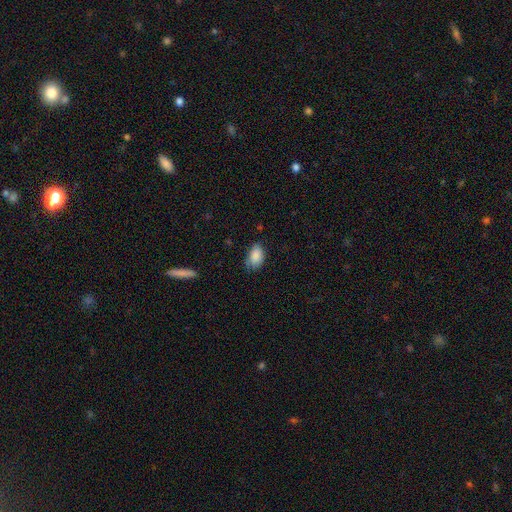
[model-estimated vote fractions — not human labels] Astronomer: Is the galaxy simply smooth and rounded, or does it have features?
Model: smooth — 87%.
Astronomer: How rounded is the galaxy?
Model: in between — 91%.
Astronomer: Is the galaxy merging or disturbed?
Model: none — 65%.